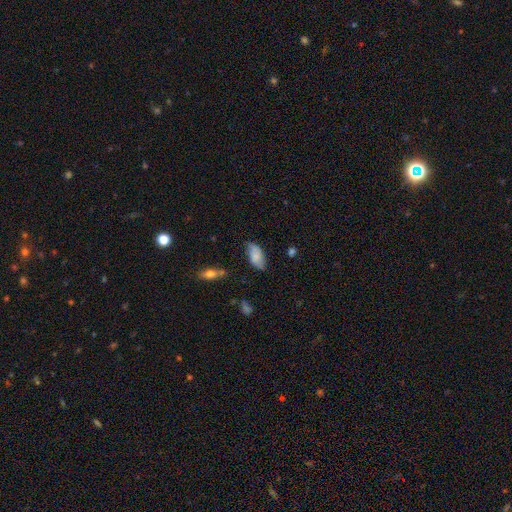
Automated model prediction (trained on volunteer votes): smooth_or_featured: smooth (p=0.77) [alt: featured or disk p=0.16]
how_rounded: in between (p=0.92) [alt: cigar-shaped p=0.06]
merging: none (p=0.71) [alt: minor disturbance p=0.22]